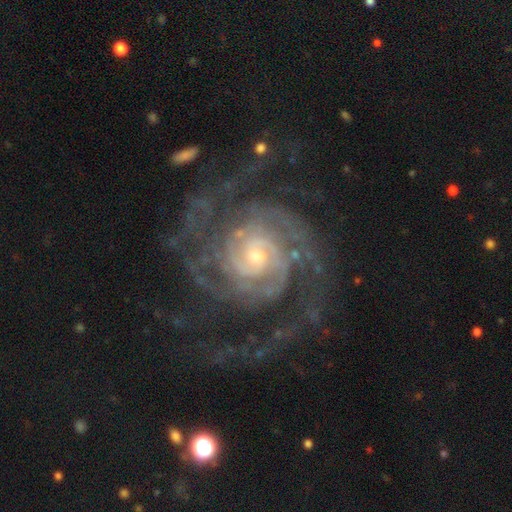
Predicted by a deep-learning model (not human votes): Overall: featured or disk (92%). Edge-on disk: no (98%). Bar: no (59%; weak 32%). Spiral arms: yes (98%). Spiral arm count: 2 (37%; can't tell 19%). Spiral winding: tight (67%; medium 27%). Bulge size: moderate (49%; small 44%). Merging: none (68%).